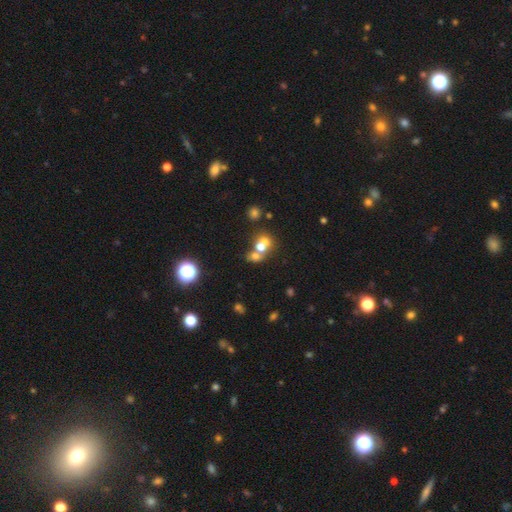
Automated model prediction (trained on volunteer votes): smooth-or-featured: smooth: 59% | featured or disk: 21% | star or artifact: 20%
  how-rounded: round: 60% | in between: 38% | cigar-shaped: 2%
  merging: merger: 62% | none: 27% | minor disturbance: 6% | major disturbance: 4%